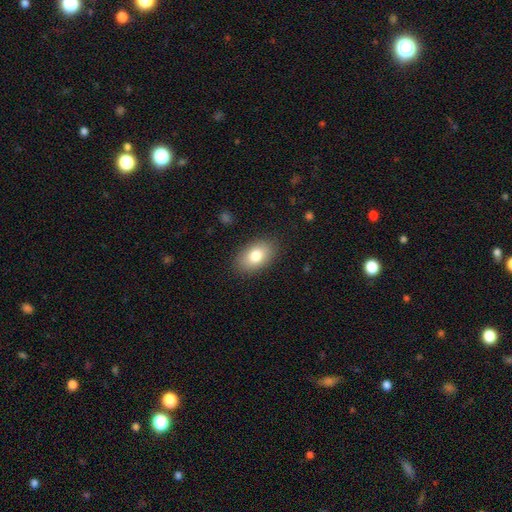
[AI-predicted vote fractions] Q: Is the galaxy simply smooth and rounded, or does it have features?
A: smooth — 80%.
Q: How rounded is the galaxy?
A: in between — 89%.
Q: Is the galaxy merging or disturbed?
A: none — 86%.